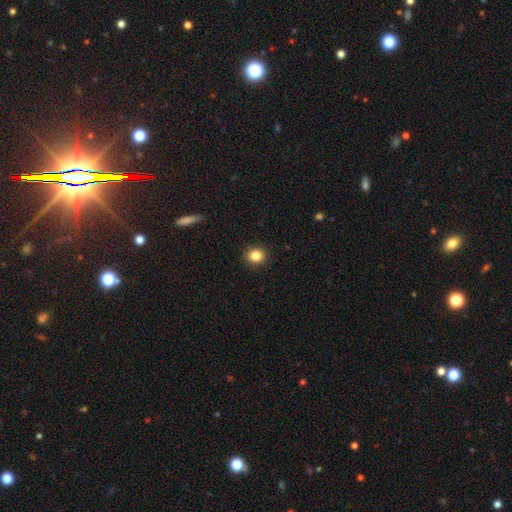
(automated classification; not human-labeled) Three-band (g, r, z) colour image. It shows a smooth galaxy with no disk features (85%) that is round (81%). Merging: none (92%).